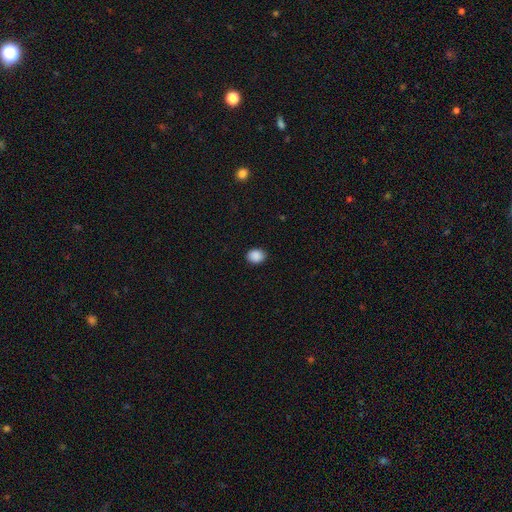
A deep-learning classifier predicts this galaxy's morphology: This is clearly a smooth galaxy (89%). How rounded: possibly round (52%). Merging: clearly none (89%).